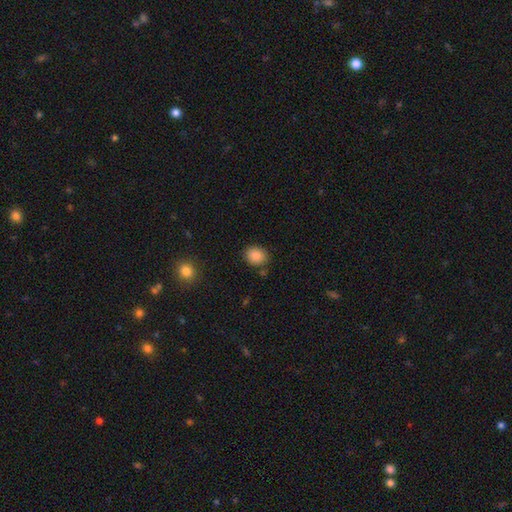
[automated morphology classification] Smooth or featured? smooth (87%)
How rounded? round (62%)
Merging? none (83%)